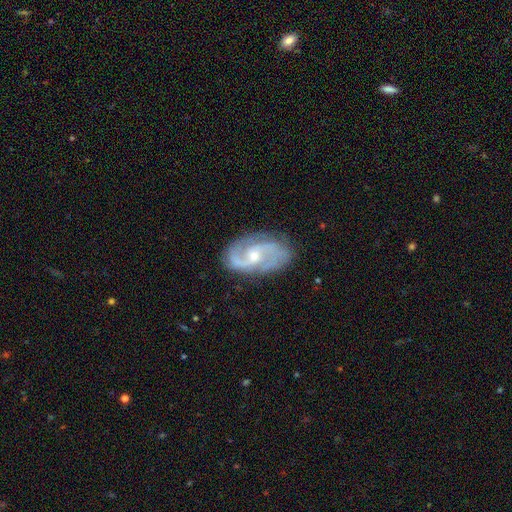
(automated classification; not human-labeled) This appears to be a featured or disk galaxy (86%) with a weak bar (44%), 2 (87%) medium (49%) spiral arms (96%) and a moderate central bulge (54%). Merging: none (81%).